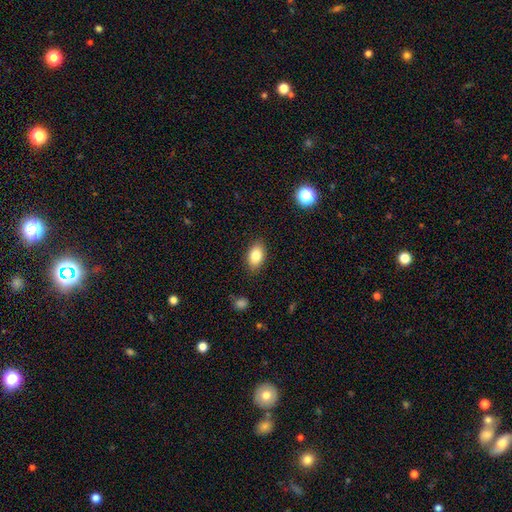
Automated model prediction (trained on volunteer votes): smooth-or-featured: smooth: 83% | featured or disk: 9% | star or artifact: 8%
  how-rounded: in between: 89% | round: 9% | cigar-shaped: 2%
  merging: none: 86% | minor disturbance: 10% | major disturbance: 2% | merger: 1%